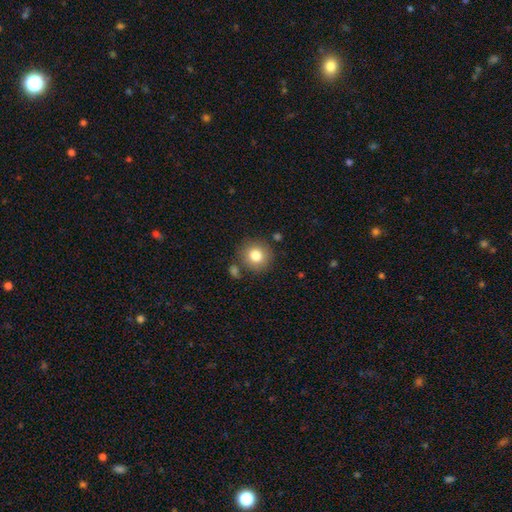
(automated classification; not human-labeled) Smooth or featured: smooth — 81% (star or artifact — 10%)
How rounded: round — 90% (in between — 9%)
Merging: none — 82% (minor disturbance — 10%)